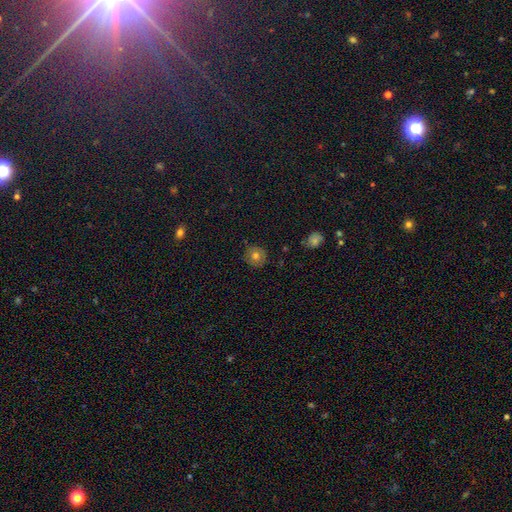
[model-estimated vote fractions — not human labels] Smooth or featured? Predicted: smooth (p=0.70). How rounded? Predicted: round (p=0.92). Merging? Predicted: none (p=0.85).